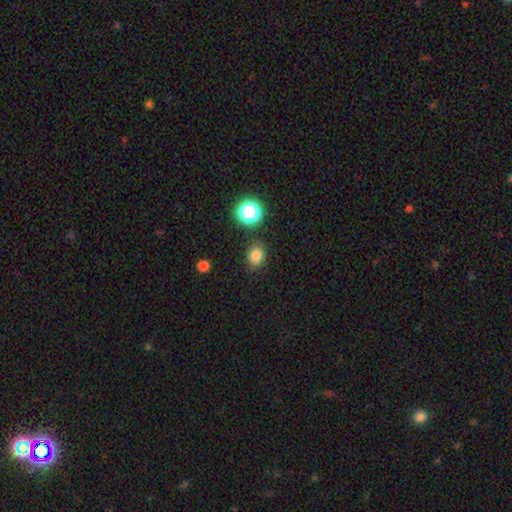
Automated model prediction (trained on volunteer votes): smooth_or_featured: smooth (p=0.81) [alt: star or artifact p=0.14]
how_rounded: round (p=0.52) [alt: in between p=0.47]
merging: none (p=0.84) [alt: minor disturbance p=0.10]